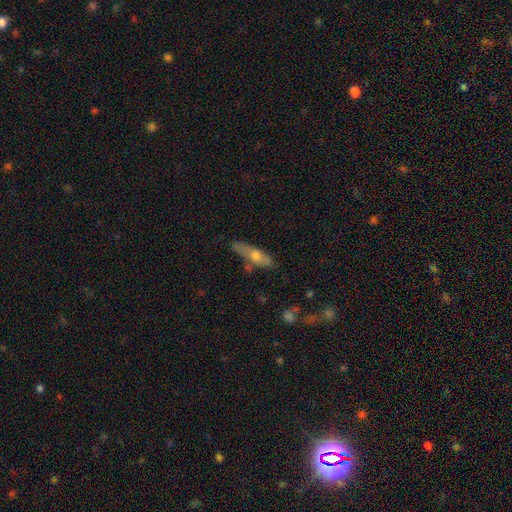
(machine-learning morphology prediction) smooth-or-featured: smooth: 50% | featured or disk: 43% | star or artifact: 7%
  merging: none: 70% | minor disturbance: 20% | merger: 6% | major disturbance: 5%